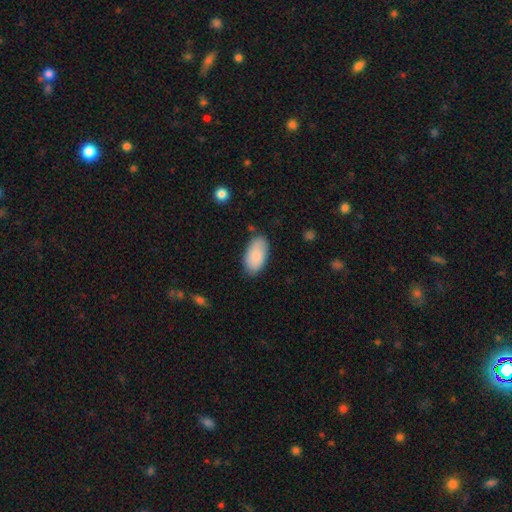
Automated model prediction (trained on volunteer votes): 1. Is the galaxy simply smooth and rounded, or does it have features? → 85% smooth, 9% featured or disk, 6% star or artifact.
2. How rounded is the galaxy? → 95% in between, 3% round, 2% cigar-shaped.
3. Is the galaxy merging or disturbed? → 79% none, 16% minor disturbance, 3% major disturbance, 2% merger.